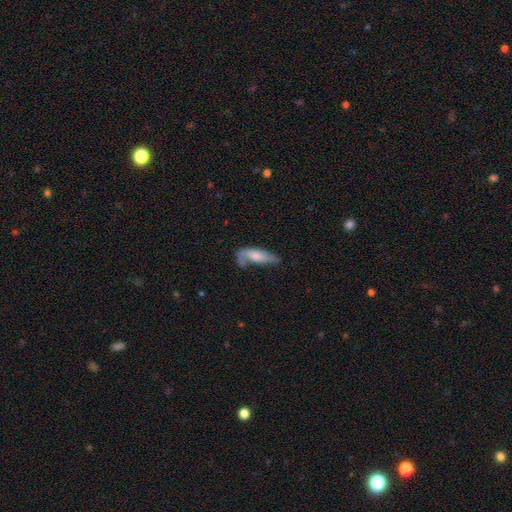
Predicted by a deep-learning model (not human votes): A smooth galaxy with no disk features (58%) that is in between round and cigar-shaped (57%).

Vote fractions:
- Smooth or featured? smooth: 58% / featured or disk: 36% / star or artifact: 7%
- How rounded? in between: 57% / cigar-shaped: 41% / round: 2%
- Merging? none: 36% / minor disturbance: 28% / major disturbance: 25% / merger: 10%